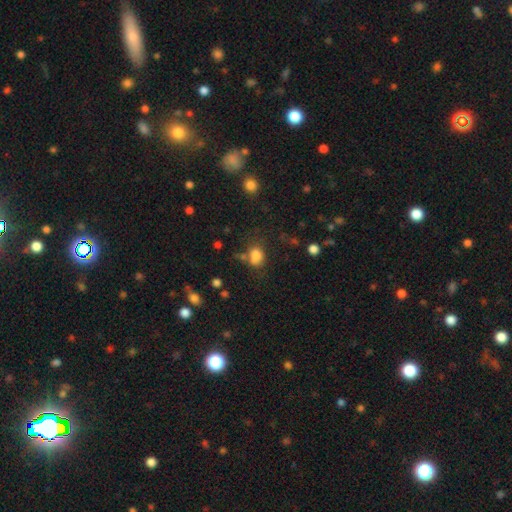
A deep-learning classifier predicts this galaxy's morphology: Overall: smooth (79%). How rounded: in between (58%; round 41%). Merging: none (53%; minor disturbance 21%).